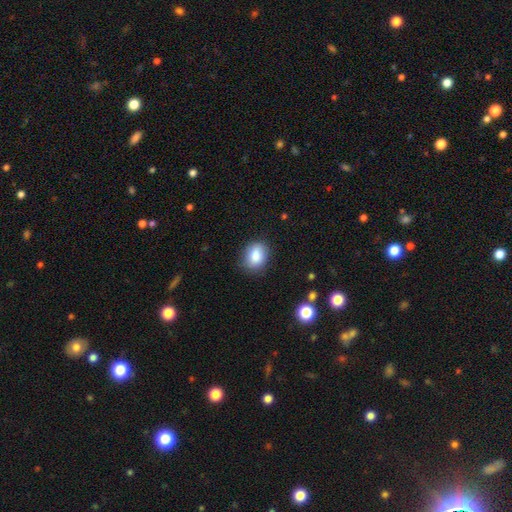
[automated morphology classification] Overall: smooth (85%). How rounded: in between (61%; round 38%). Merging: none (82%).